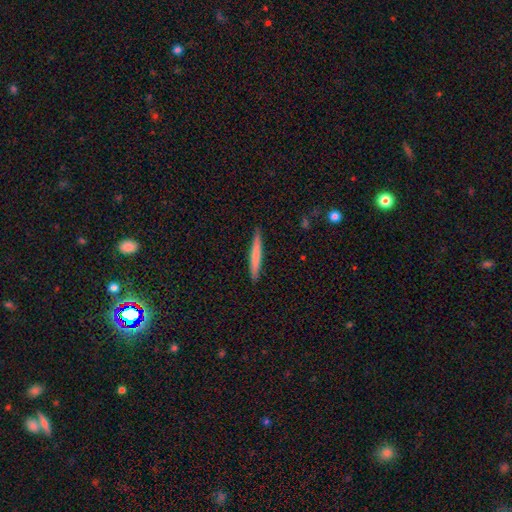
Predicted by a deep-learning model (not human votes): smooth 71%, featured or disk 24%, star or artifact 5%. Down the decision tree: how rounded — cigar-shaped (96%); merging — none (90%).